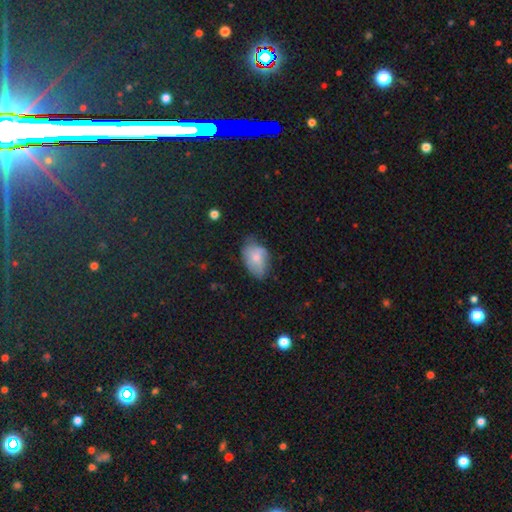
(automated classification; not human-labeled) Smooth or featured?
  - smooth: 65% *
  - featured or disk: 27%
  - star or artifact: 8%
How rounded?
  - in between: 86% *
  - round: 12%
  - cigar-shaped: 1%
Merging?
  - none: 49% *
  - minor disturbance: 36%
  - major disturbance: 13%
  - merger: 2%